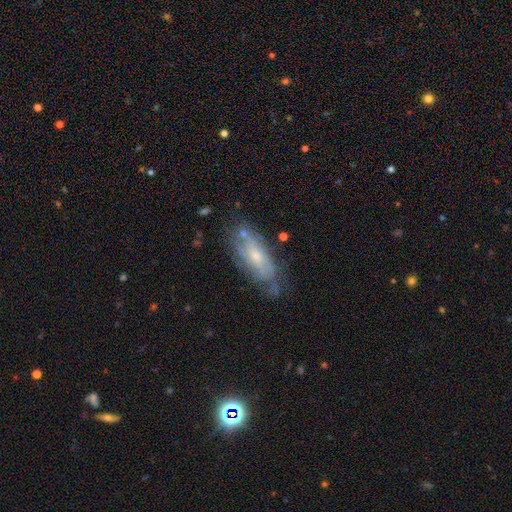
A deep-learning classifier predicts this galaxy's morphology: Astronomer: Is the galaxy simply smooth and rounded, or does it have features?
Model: featured or disk — 62%.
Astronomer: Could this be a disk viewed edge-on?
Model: no — 81%.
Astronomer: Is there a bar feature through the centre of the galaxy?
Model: no — 70%.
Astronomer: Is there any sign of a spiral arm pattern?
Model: yes — 68%.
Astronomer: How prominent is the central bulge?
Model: small — 56% (runner-up: moderate, 37%).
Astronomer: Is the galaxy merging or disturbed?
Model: none — 61%.